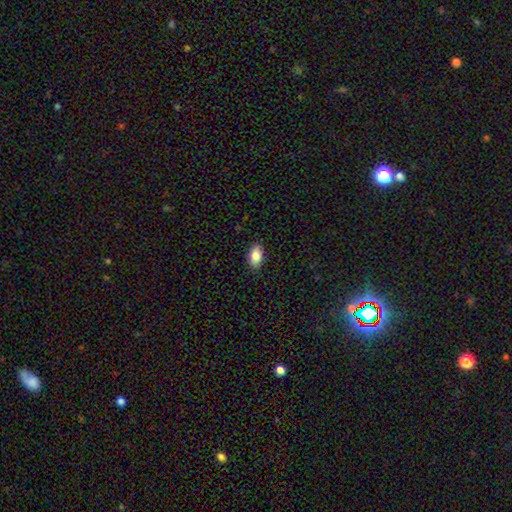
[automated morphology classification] smooth-or-featured: smooth: 85% | featured or disk: 7% | star or artifact: 7%
  how-rounded: in between: 93% | round: 4% | cigar-shaped: 2%
  merging: none: 88% | minor disturbance: 9% | major disturbance: 2% | merger: 1%